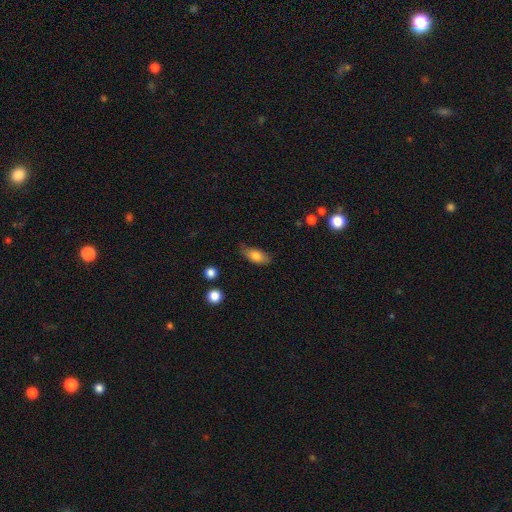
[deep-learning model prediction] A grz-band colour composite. It shows a smooth galaxy with no disk features (81%) that is in between round and cigar-shaped (83%). Merging: none (70%).